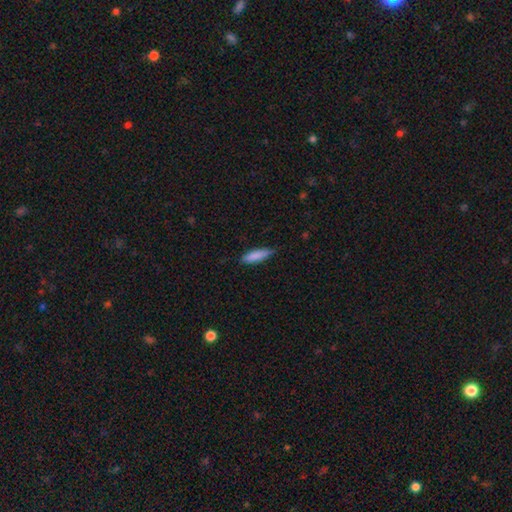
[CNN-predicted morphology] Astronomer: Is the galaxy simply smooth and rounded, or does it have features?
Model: smooth — 85%.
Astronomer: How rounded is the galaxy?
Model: cigar-shaped — 64%.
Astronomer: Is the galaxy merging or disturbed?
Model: none — 76%.